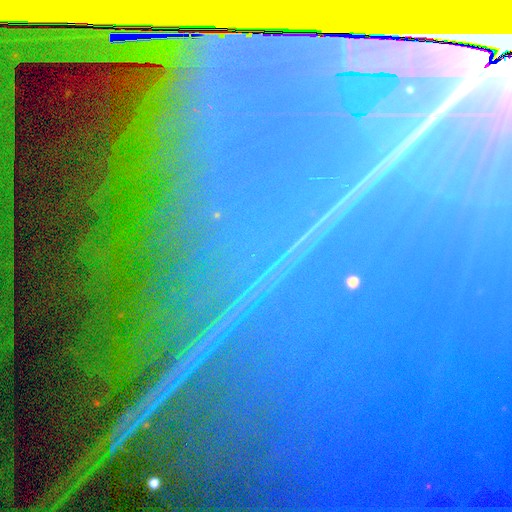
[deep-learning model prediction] This is clearly a star or artifact rather than a galaxy (87%).